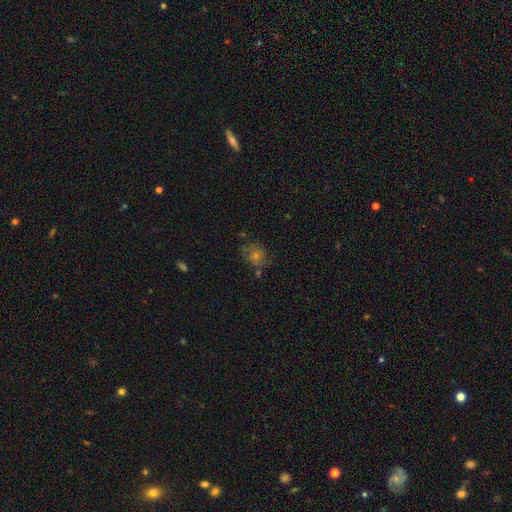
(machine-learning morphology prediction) The model was most divided on "smooth or featured": featured or disk: 37%, smooth: 35%, star or artifact: 29%. More confident: merging — none (70%).